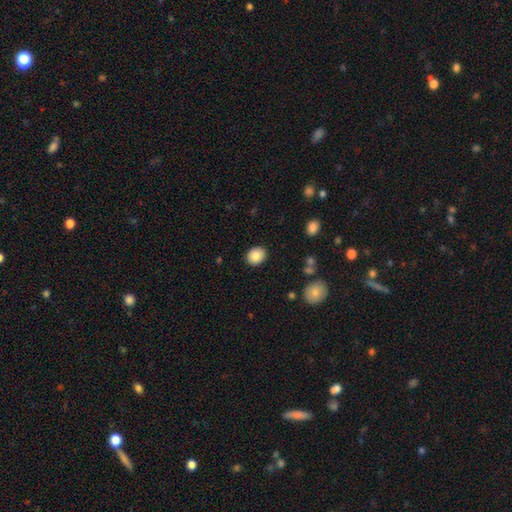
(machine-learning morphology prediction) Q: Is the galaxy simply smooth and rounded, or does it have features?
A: smooth — 86%.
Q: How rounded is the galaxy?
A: round — 55%.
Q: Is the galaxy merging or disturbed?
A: none — 89%.